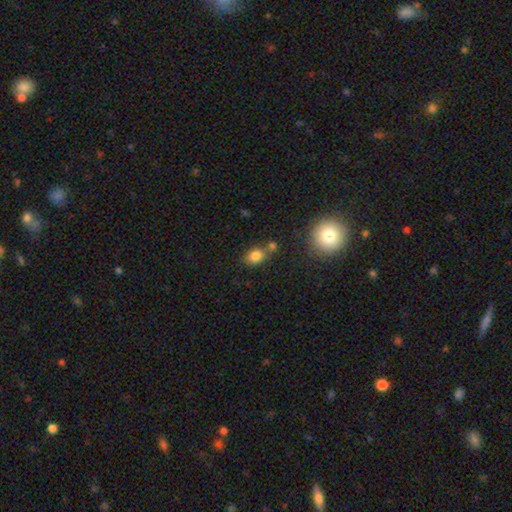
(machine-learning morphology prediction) Q: Smooth or featured?
A: smooth (81%); runner-up: star or artifact (11%)
Q: How rounded?
A: in between (64%); runner-up: round (34%)
Q: Merging?
A: none (59%); runner-up: merger (22%)